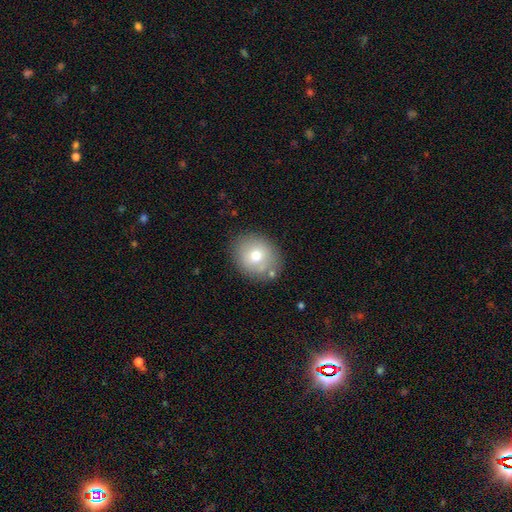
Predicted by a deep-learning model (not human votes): smooth_or_featured: smooth (p=0.71) [alt: featured or disk p=0.19]
how_rounded: round (p=0.65) [alt: in between p=0.34]
merging: none (p=0.78) [alt: minor disturbance p=0.13]